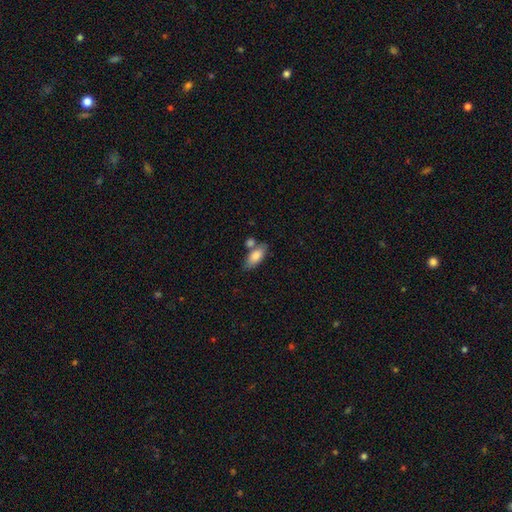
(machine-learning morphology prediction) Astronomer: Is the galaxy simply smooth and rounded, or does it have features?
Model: smooth — 82%.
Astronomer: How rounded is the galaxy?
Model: in between — 87%.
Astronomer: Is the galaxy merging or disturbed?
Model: none — 55%.